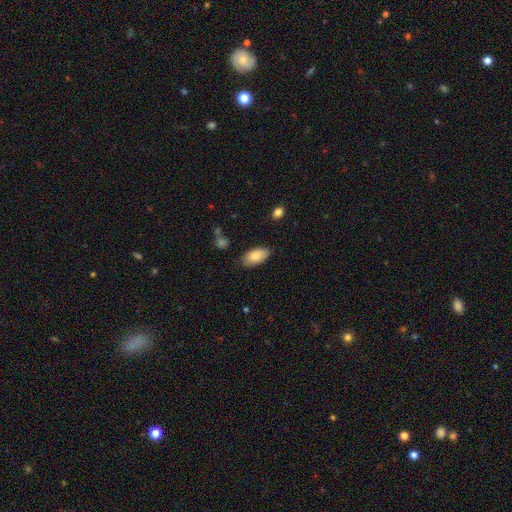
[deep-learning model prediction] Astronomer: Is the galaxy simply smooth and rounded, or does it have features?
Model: smooth — 85%.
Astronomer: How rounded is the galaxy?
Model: in between — 95%.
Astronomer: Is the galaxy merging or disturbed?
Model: none — 81%.